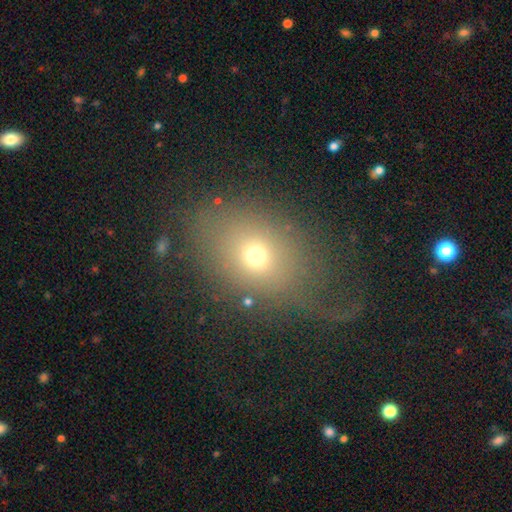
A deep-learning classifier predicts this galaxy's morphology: A smooth galaxy with no disk features (65%) that is in between round and cigar-shaped (54%).

Vote fractions:
- Smooth or featured? smooth: 65% / star or artifact: 18% / featured or disk: 17%
- How rounded? in between: 54% / round: 44% / cigar-shaped: 2%
- Merging? none: 59% / major disturbance: 19% / minor disturbance: 15% / merger: 7%